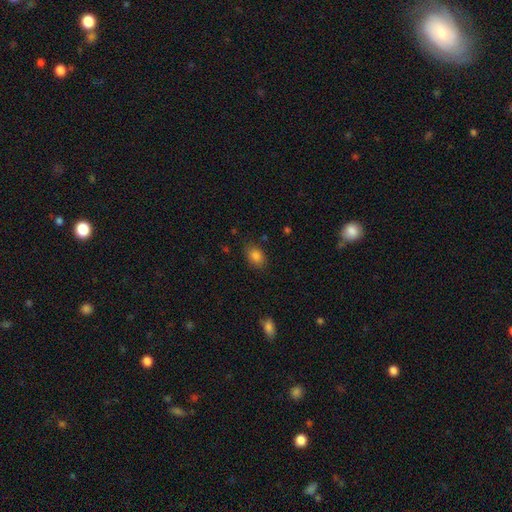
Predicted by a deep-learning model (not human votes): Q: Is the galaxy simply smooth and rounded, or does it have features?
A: smooth — 84%.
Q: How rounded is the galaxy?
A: in between — 79%.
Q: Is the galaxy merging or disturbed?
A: none — 83%.